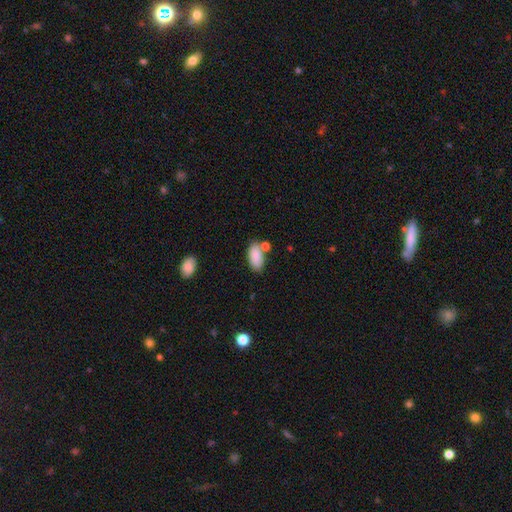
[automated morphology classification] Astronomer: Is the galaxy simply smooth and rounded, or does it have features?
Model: smooth — 88%.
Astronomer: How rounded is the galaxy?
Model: in between — 93%.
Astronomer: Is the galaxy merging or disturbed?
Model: none — 66%.